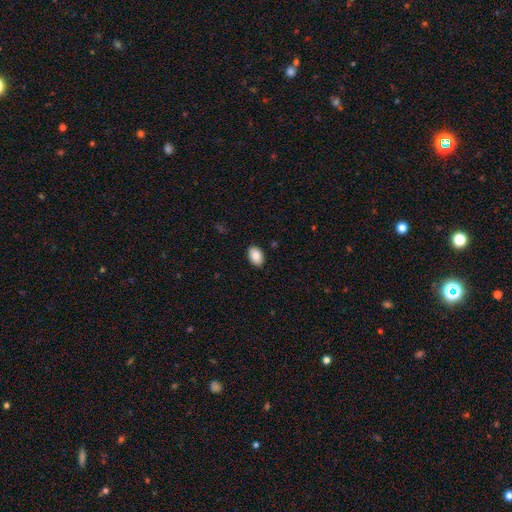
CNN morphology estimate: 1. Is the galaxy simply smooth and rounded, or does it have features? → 89% smooth, 7% star or artifact, 4% featured or disk.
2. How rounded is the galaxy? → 86% in between, 12% round, 1% cigar-shaped.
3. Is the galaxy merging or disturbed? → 88% none, 9% minor disturbance, 2% major disturbance, 1% merger.